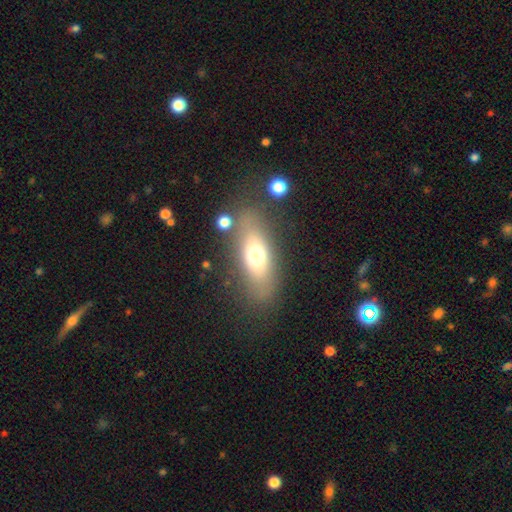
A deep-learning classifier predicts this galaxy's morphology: Smooth or featured? smooth (63%)
How rounded? in between (69%)
Merging? none (77%)